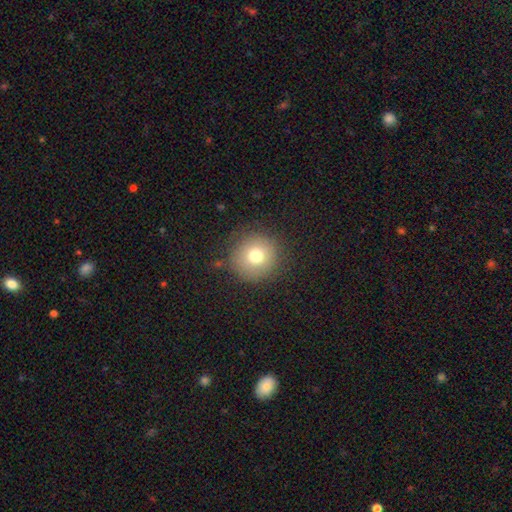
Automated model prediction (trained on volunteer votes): Smooth or featured? Predicted: smooth (p=0.74). How rounded? Predicted: round (p=0.95). Merging? Predicted: none (p=0.84).